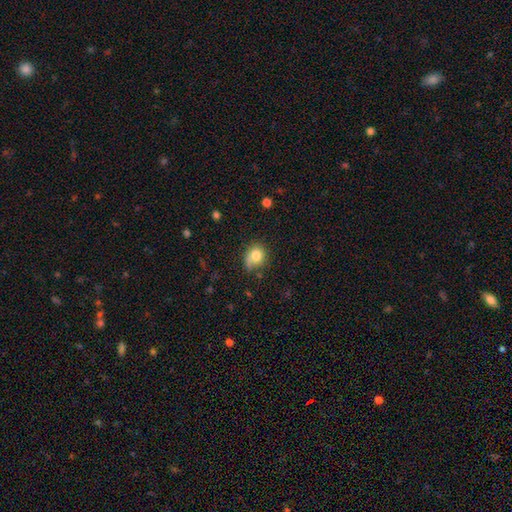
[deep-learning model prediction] A smooth galaxy with no disk features (79%) that is round (69%).

Vote fractions:
- Smooth or featured? smooth: 79% / featured or disk: 11% / star or artifact: 10%
- How rounded? round: 69% / in between: 30% / cigar-shaped: 1%
- Merging? none: 58% / minor disturbance: 27% / major disturbance: 10% / merger: 5%